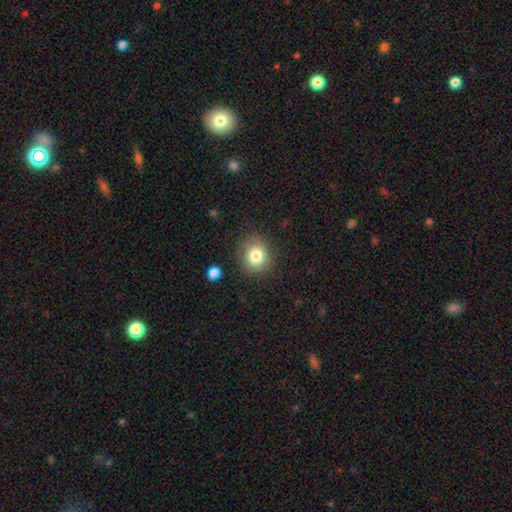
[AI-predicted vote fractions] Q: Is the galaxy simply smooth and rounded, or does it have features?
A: smooth — 81%.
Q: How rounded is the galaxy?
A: round — 80%.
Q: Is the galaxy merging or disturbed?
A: none — 84%.